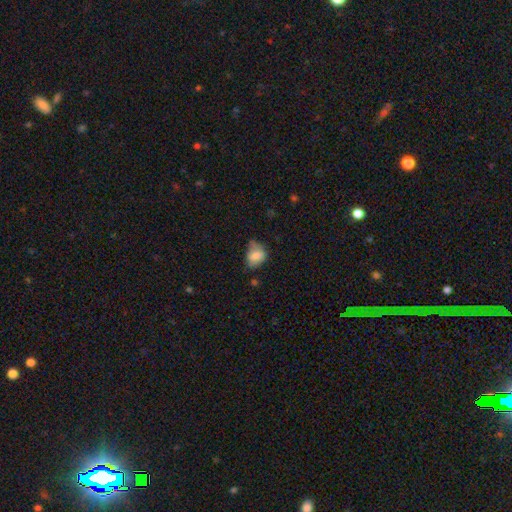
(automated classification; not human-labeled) Smooth or featured? Predicted: smooth (p=0.75). How rounded? Predicted: in between (p=0.65). Merging? Predicted: none (p=0.40).